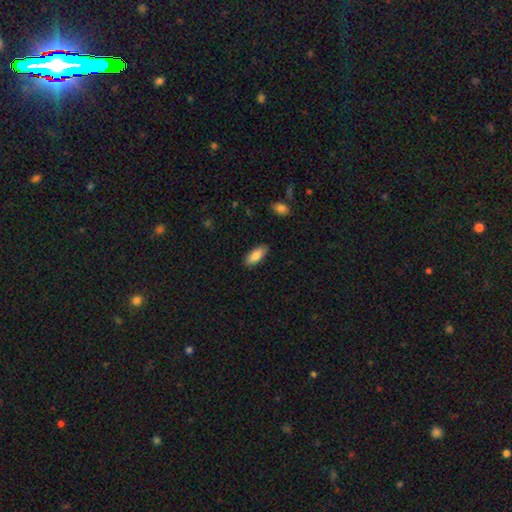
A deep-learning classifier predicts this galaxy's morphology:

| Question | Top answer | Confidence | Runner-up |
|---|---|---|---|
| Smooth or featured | smooth | 85% | featured or disk (8%) |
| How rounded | in between | 80% | cigar-shaped (18%) |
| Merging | none | 87% | minor disturbance (10%) |